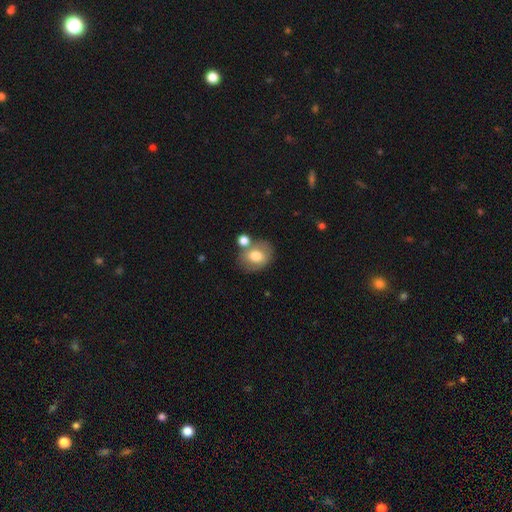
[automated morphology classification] type=smooth (71%); roundness=in between (52%); merging=none (61%).